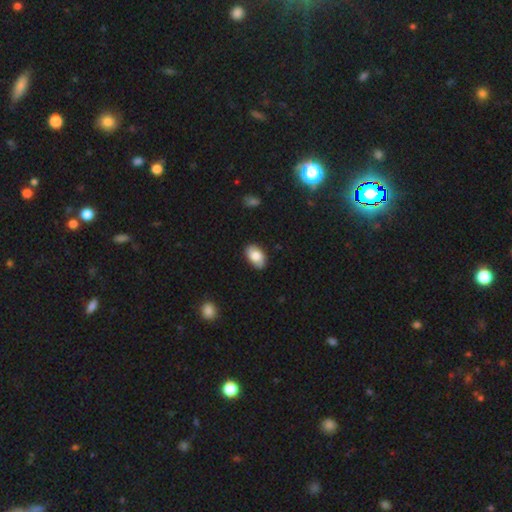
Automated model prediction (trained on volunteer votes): smooth_or_featured: smooth (p=0.73) [alt: featured or disk p=0.20]
how_rounded: in between (p=0.92) [alt: round p=0.07]
merging: none (p=0.81) [alt: minor disturbance p=0.15]